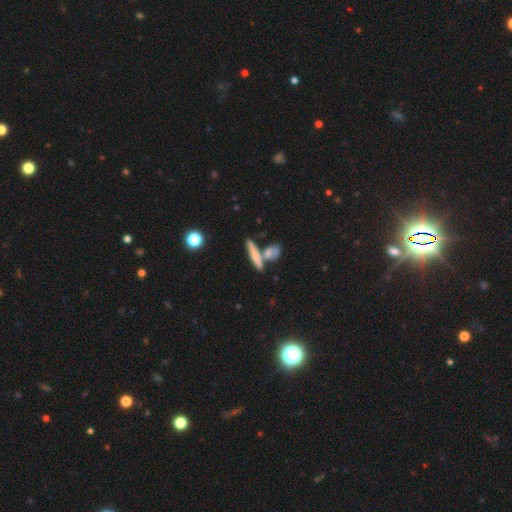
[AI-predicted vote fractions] A smooth galaxy with no disk features (63%) that is cigar-shaped (76%).

Vote fractions:
- Smooth or featured? smooth: 63% / featured or disk: 28% / star or artifact: 9%
- How rounded? cigar-shaped: 76% / in between: 18% / round: 6%
- Merging? none: 55% / merger: 28% / minor disturbance: 12% / major disturbance: 5%